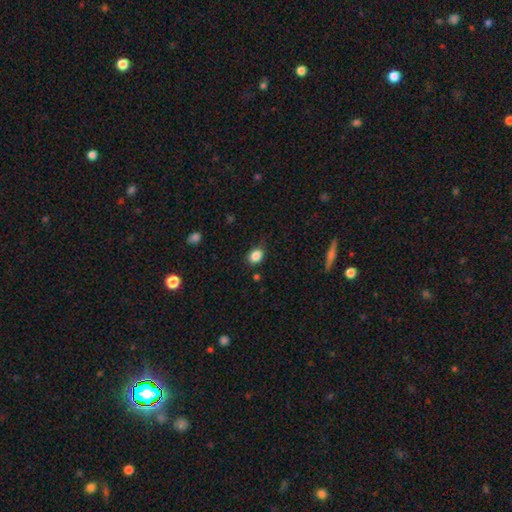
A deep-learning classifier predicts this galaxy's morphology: Smooth or featured?
  - smooth: 85% *
  - star or artifact: 10%
  - featured or disk: 5%
How rounded?
  - in between: 52% *
  - round: 47%
  - cigar-shaped: 1%
Merging?
  - none: 74% *
  - minor disturbance: 19%
  - major disturbance: 4%
  - merger: 2%